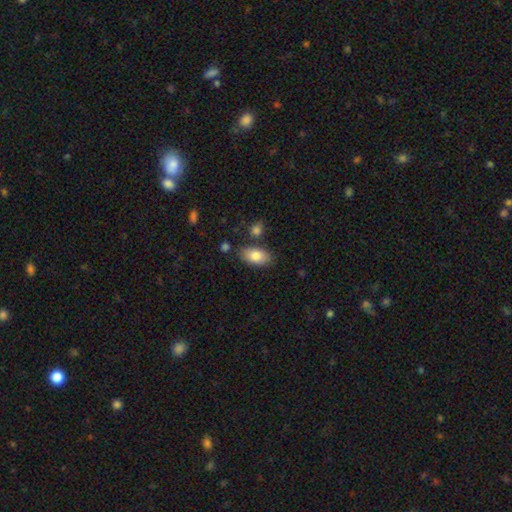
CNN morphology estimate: Smooth or featured? Predicted: smooth (p=0.81). How rounded? Predicted: in between (p=0.93). Merging? Predicted: none (p=0.78).